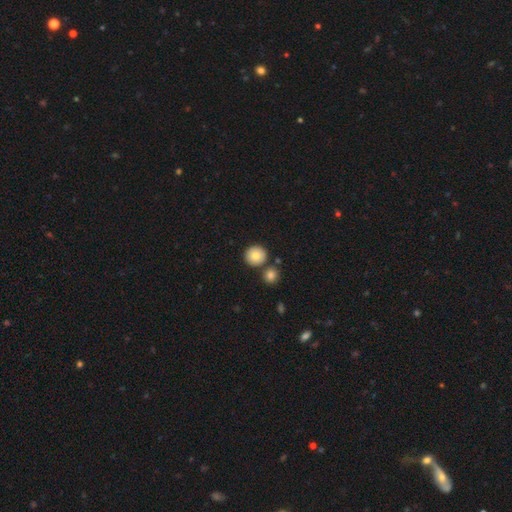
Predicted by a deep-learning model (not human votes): smooth 81%, featured or disk 10%, star or artifact 9%. Down the decision tree: how rounded — round (92%); merging — none (79%).